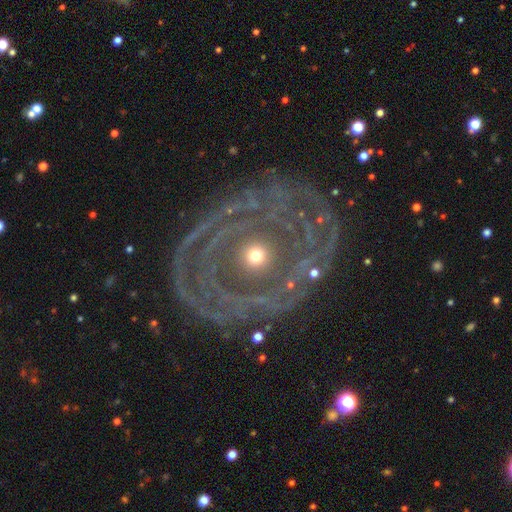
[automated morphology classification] A featured or disk galaxy (73%) with no bar (79%), tight (71%) spiral arms (84%) and a small central bulge (56%). Merging: none (76%).